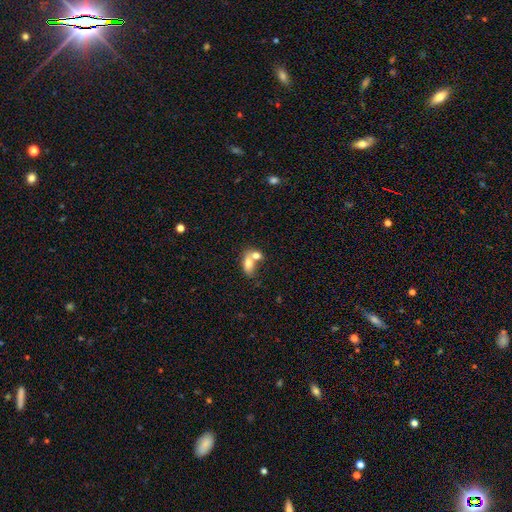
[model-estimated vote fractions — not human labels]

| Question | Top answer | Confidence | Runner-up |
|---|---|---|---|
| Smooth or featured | smooth | 73% | featured or disk (19%) |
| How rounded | in between | 82% | round (14%) |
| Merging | merger | 66% | none (22%) |